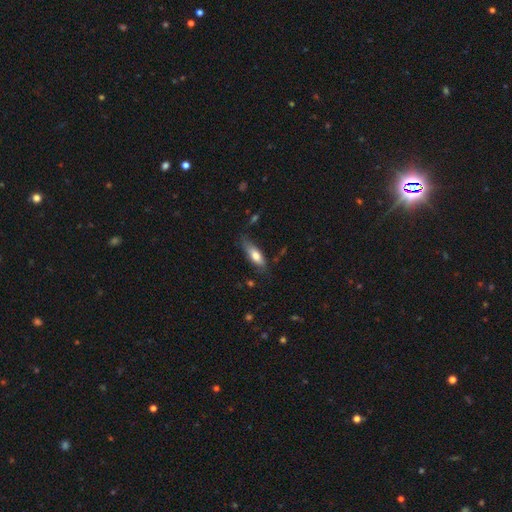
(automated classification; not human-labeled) Smooth or featured?
  - smooth: 69% *
  - featured or disk: 24%
  - star or artifact: 6%
How rounded?
  - in between: 58% *
  - cigar-shaped: 40%
  - round: 2%
Merging?
  - none: 63% *
  - minor disturbance: 27%
  - major disturbance: 7%
  - merger: 2%